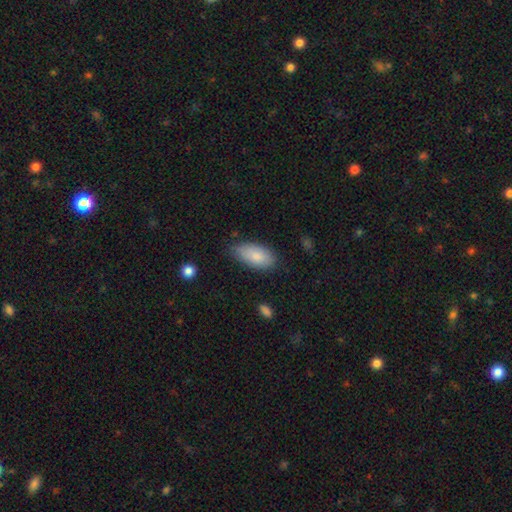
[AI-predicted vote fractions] Overall: smooth (84%). How rounded: in between (92%). Merging: none (74%).